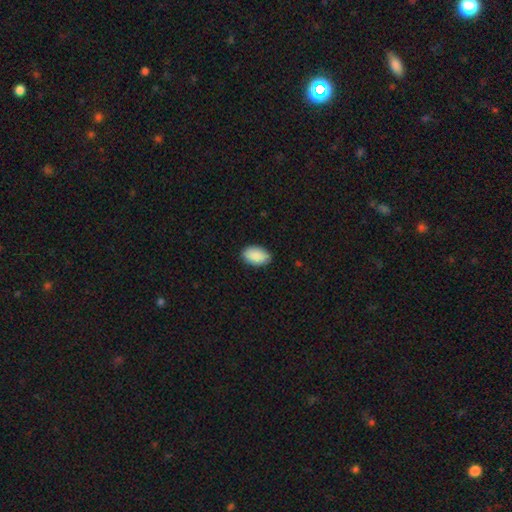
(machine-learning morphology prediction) A smooth galaxy with no disk features (91%) that is in between round and cigar-shaped (93%).

Vote fractions:
- Smooth or featured? smooth: 91% / star or artifact: 6% / featured or disk: 3%
- How rounded? in between: 93% / round: 6% / cigar-shaped: 1%
- Merging? none: 85% / minor disturbance: 12% / major disturbance: 2% / merger: 1%